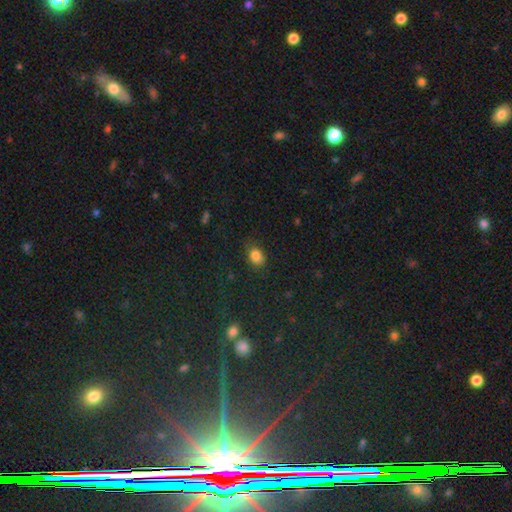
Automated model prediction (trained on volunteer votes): Morphology: type=smooth (83%); roundness=in between (62%); merging=none (76%).